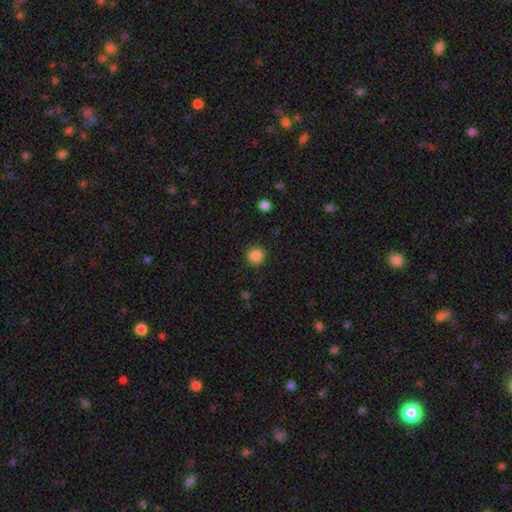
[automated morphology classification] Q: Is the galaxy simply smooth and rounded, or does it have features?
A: smooth — 85%.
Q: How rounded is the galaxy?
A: round — 95%.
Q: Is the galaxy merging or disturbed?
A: none — 91%.